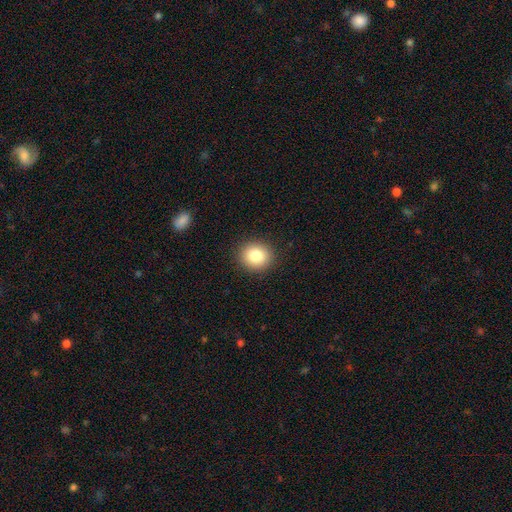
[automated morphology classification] This is clearly a smooth galaxy (83%). How rounded: clearly round (83%). Merging: clearly none (91%).